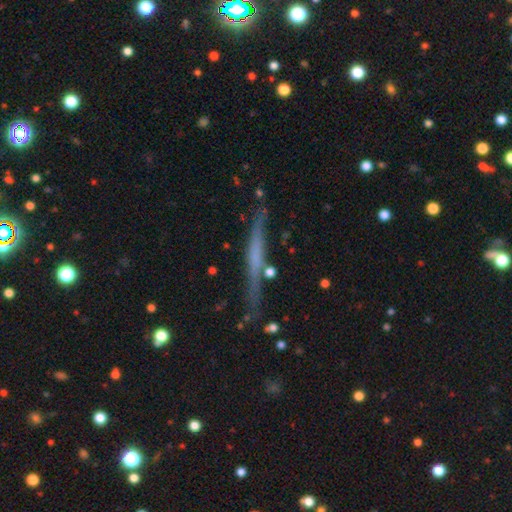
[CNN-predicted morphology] The model was most divided on "smooth or featured": featured or disk: 58%, smooth: 35%, star or artifact: 7%. More confident: edge-on disk — yes (95%); merging — none (77%); edge-on bulge — none (69%).